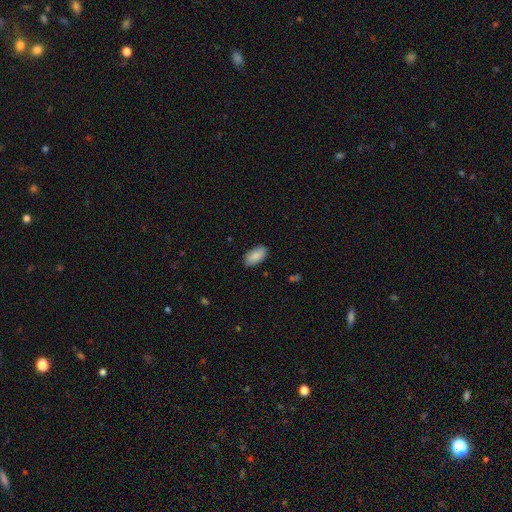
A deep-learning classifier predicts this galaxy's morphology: smooth-or-featured: smooth: 88% | star or artifact: 6% | featured or disk: 6%
  how-rounded: in between: 94% | cigar-shaped: 3% | round: 2%
  merging: none: 87% | minor disturbance: 10% | major disturbance: 2% | merger: 1%